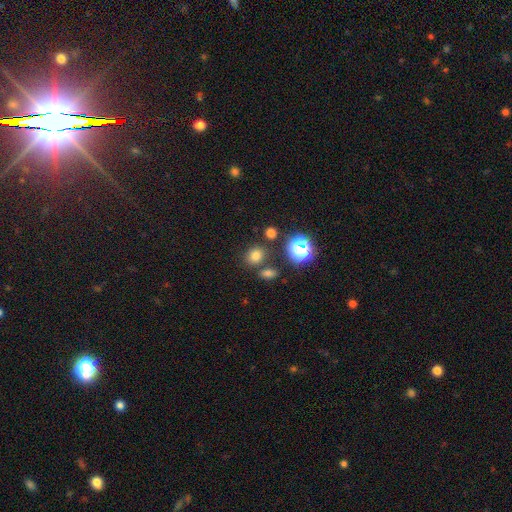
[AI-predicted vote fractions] Smooth or featured: smooth — 72% (star or artifact — 22%)
How rounded: round — 58% (in between — 40%)
Merging: none — 74% (merger — 12%)